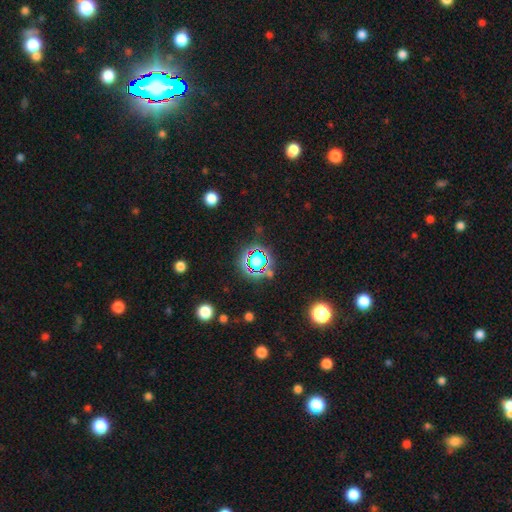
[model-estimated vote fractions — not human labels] Smooth or featured? star or artifact (65%)